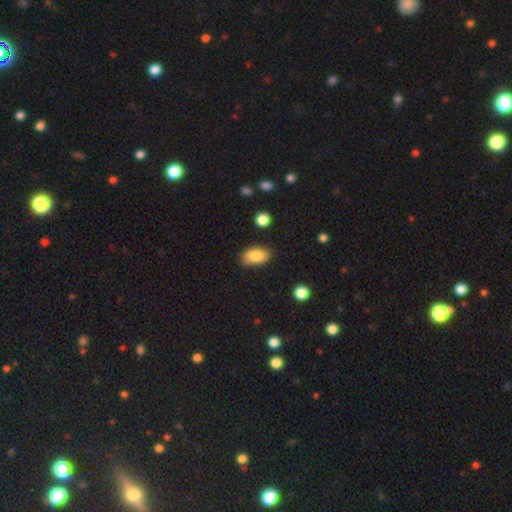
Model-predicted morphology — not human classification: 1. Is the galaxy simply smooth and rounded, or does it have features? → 83% smooth, 10% featured or disk, 7% star or artifact.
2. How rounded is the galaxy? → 92% in between, 6% round, 2% cigar-shaped.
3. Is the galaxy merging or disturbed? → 80% none, 15% minor disturbance, 3% major disturbance, 2% merger.